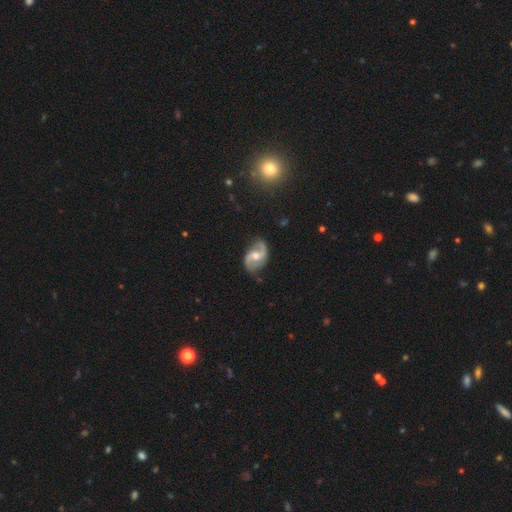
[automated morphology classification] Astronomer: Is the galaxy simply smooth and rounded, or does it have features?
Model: featured or disk — 87%.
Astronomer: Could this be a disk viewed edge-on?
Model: no — 97%.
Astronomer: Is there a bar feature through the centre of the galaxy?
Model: weak — 46% (runner-up: no, 40%).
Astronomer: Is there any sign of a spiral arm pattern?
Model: yes — 96%.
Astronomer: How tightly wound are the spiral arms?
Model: medium — 48% (runner-up: loose, 37%).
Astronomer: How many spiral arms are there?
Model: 2 — 93%.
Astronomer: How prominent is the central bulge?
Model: moderate — 72%.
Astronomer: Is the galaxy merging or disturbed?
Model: none — 77%.